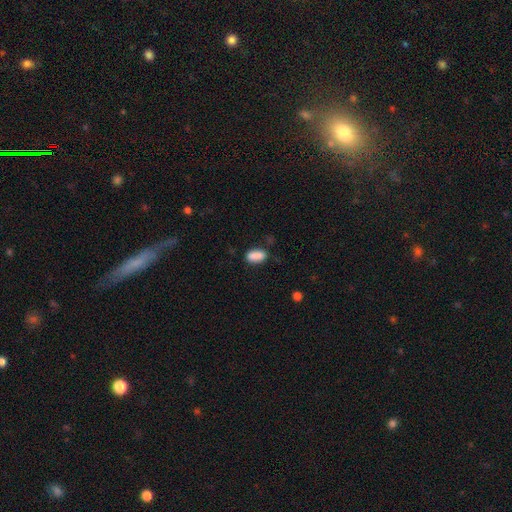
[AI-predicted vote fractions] Smooth or featured: smooth — 88% (star or artifact — 8%)
How rounded: in between — 87% (cigar-shaped — 9%)
Merging: none — 76% (minor disturbance — 17%)